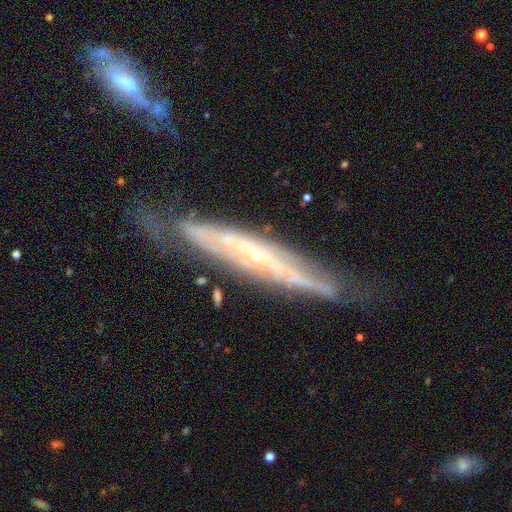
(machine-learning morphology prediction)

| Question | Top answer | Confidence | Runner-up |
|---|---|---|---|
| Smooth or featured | featured or disk | 82% | smooth (12%) |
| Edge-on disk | yes | 56% | no (44%) |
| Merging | none | 66% | minor disturbance (23%) |